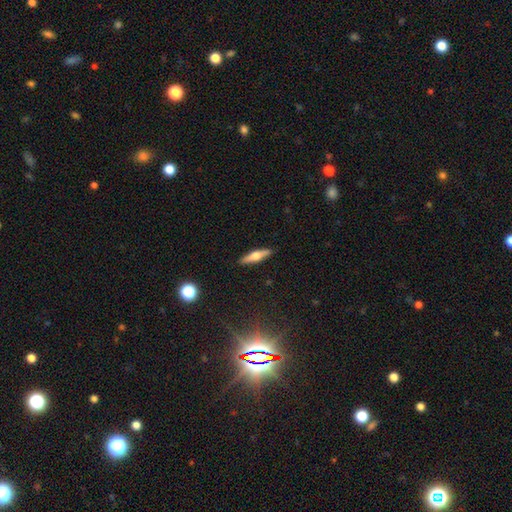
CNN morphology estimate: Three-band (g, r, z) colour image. It shows a featured or disk galaxy (50%) viewed edge-on (94%). Merging: none (90%).